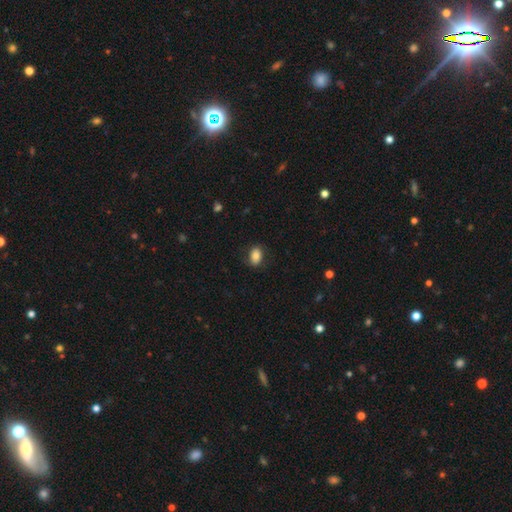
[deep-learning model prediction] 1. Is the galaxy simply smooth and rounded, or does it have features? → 82% smooth, 10% featured or disk, 8% star or artifact.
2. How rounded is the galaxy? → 82% in between, 16% round, 1% cigar-shaped.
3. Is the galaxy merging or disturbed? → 82% none, 13% minor disturbance, 4% major disturbance, 1% merger.